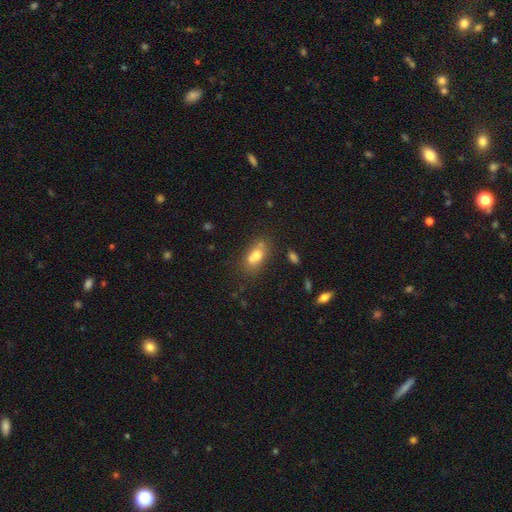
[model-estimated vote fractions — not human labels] smooth 67%, featured or disk 22%, star or artifact 12%. Down the decision tree: how rounded — in between (75%); merging — none (45%).